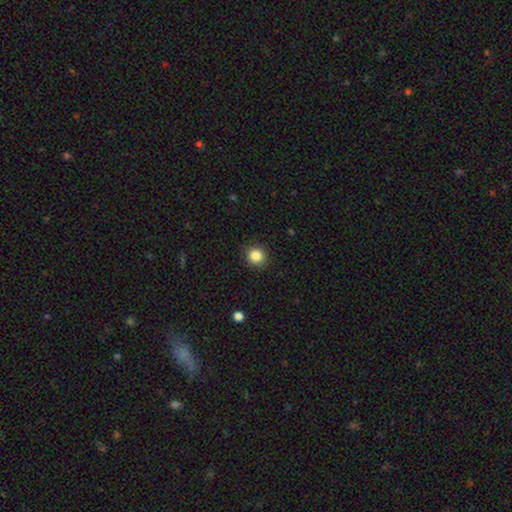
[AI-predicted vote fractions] The model was most divided on "smooth or featured": smooth: 85%, star or artifact: 10%, featured or disk: 4%. More confident: merging — none (90%); how rounded — round (88%).